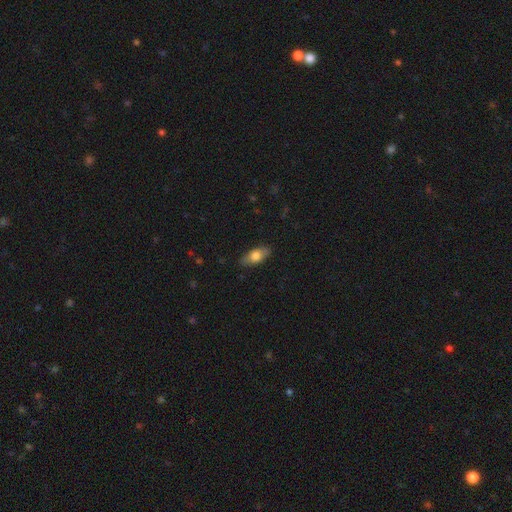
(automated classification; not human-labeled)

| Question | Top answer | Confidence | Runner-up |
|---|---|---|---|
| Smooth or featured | smooth | 71% | featured or disk (23%) |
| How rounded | in between | 85% | cigar-shaped (11%) |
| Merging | none | 85% | minor disturbance (12%) |